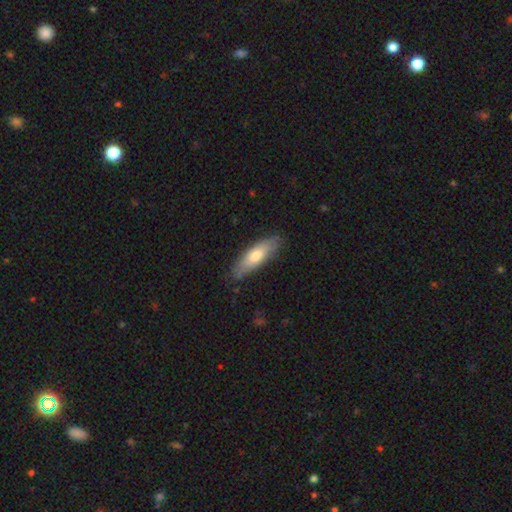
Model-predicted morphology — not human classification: A smooth galaxy with no disk features (67%) that is cigar-shaped (52%). Merging: none (82%).